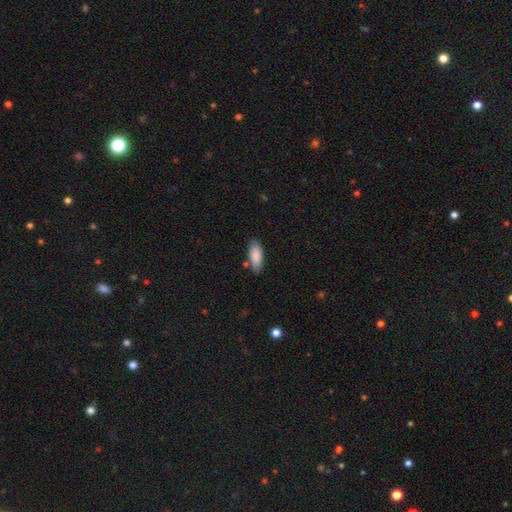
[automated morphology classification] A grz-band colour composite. It shows a smooth galaxy with no disk features (86%) that is in between round and cigar-shaped (78%). Merging: none (79%).